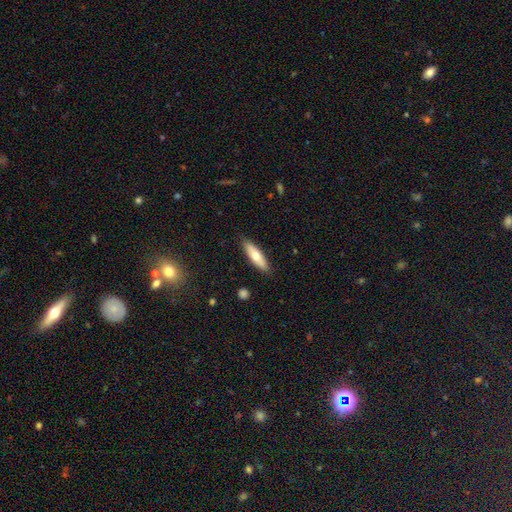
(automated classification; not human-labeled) smooth-or-featured: smooth: 66% | featured or disk: 28% | star or artifact: 6%
  how-rounded: cigar-shaped: 57% | in between: 41% | round: 2%
  merging: none: 87% | minor disturbance: 10% | major disturbance: 2% | merger: 1%